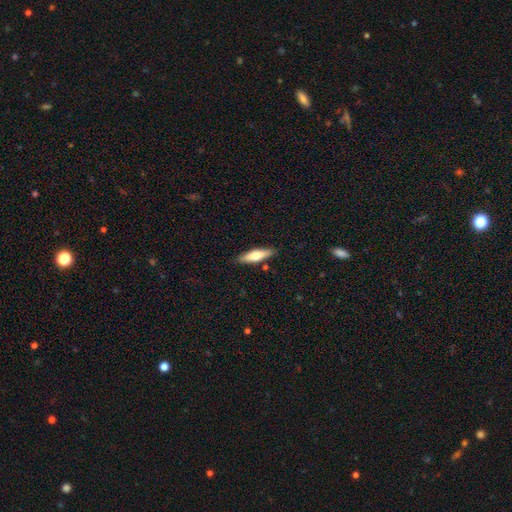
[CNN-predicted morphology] Q: Smooth or featured?
A: smooth (59%); runner-up: featured or disk (35%)
Q: How rounded?
A: cigar-shaped (62%); runner-up: in between (36%)
Q: Merging?
A: none (86%); runner-up: minor disturbance (10%)